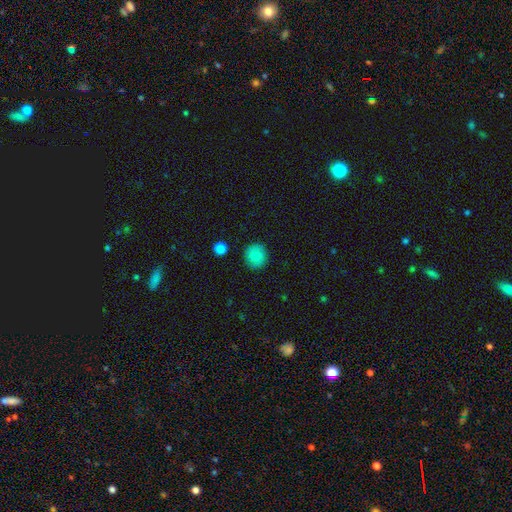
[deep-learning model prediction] Smooth or featured? Predicted: smooth (p=0.83). How rounded? Predicted: round (p=0.88). Merging? Predicted: none (p=0.89).